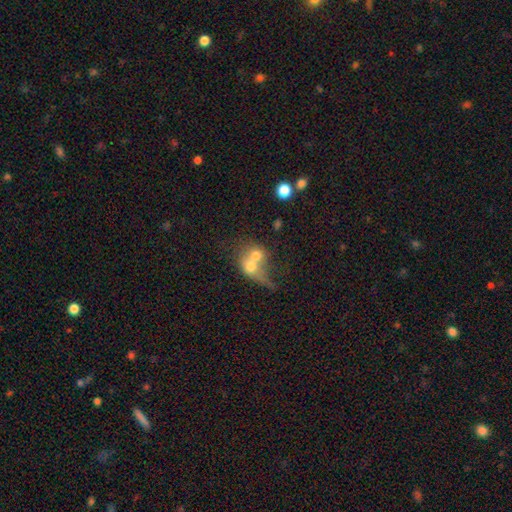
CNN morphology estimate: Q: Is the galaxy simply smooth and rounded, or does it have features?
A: smooth — 60%.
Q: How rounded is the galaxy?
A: round — 60%.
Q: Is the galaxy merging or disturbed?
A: merger — 75%.